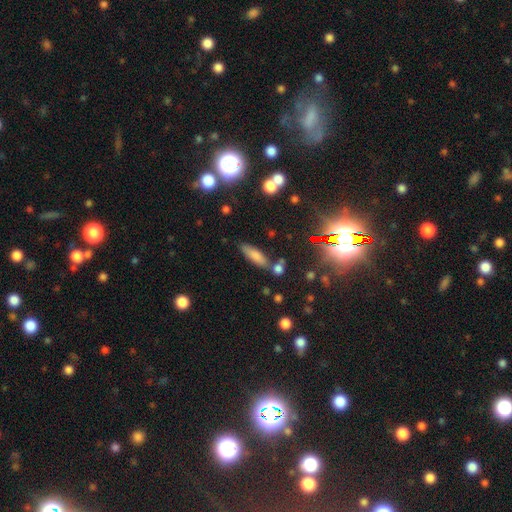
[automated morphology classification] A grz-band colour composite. It shows a smooth galaxy with no disk features (76%) that is cigar-shaped (53%). Merging: none (71%).